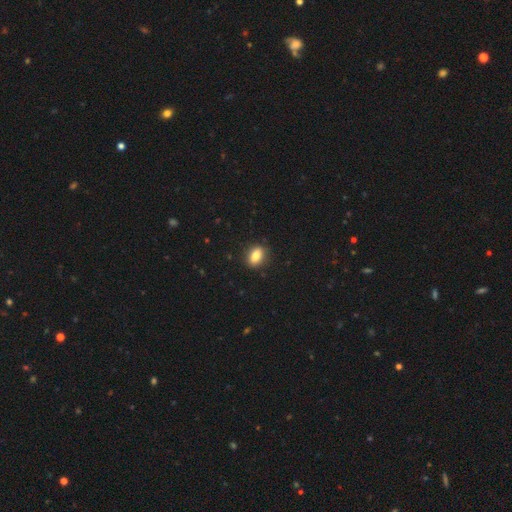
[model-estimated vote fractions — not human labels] Smooth or featured? smooth (83%)
How rounded? in between (80%)
Merging? none (88%)